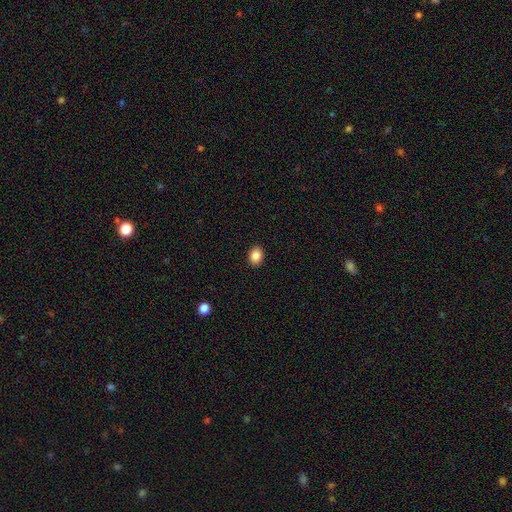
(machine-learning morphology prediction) type=smooth (87%); roundness=in between (66%); merging=none (91%).